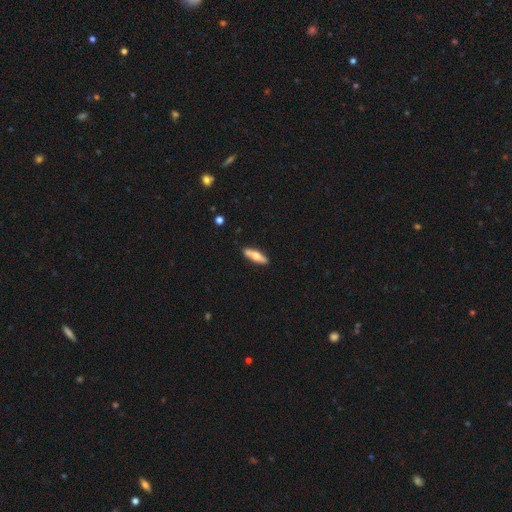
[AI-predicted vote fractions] The model was most divided on "smooth or featured": smooth: 54%, featured or disk: 41%, star or artifact: 6%. More confident: merging — none (72%); how rounded — cigar-shaped (61%).